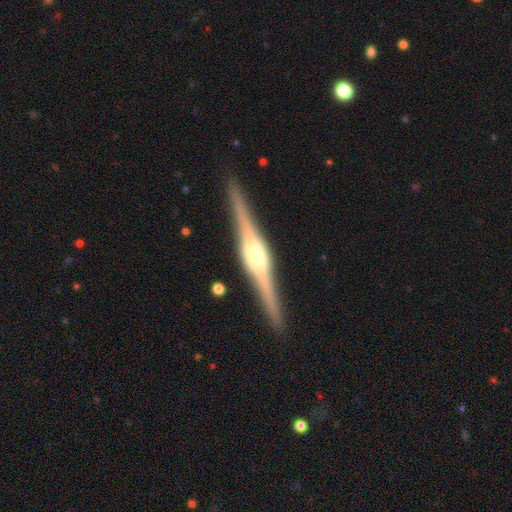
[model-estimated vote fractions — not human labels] Overall: featured or disk (84%). Edge-on disk: yes (98%). Edge-on bulge: rounded (76%). Merging: none (89%).